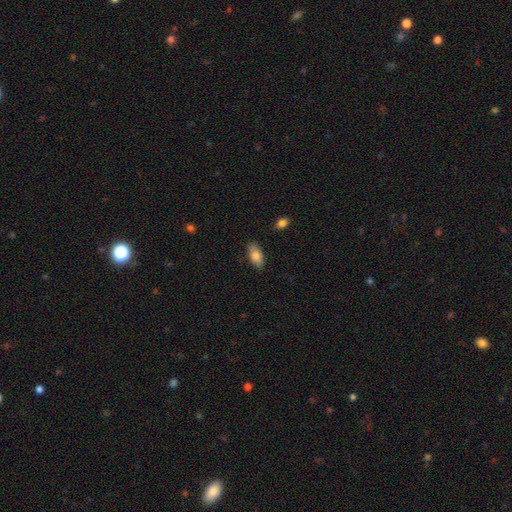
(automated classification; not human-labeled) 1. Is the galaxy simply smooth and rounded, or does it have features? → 80% smooth, 14% featured or disk, 7% star or artifact.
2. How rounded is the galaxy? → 91% in between, 7% cigar-shaped, 2% round.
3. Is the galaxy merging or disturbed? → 85% none, 11% minor disturbance, 2% major disturbance, 1% merger.